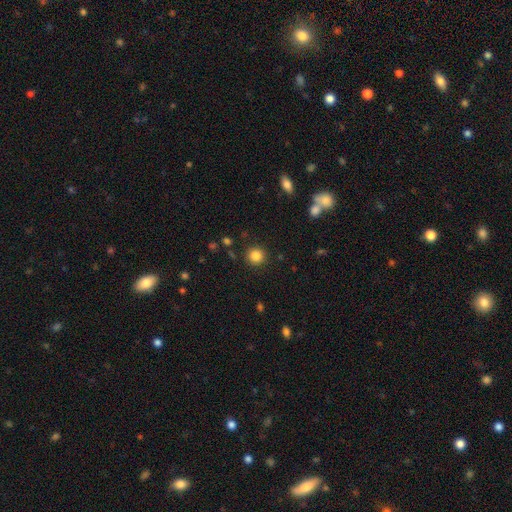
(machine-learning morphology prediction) smooth_or_featured: smooth (p=0.84) [alt: star or artifact p=0.11]
how_rounded: round (p=0.93) [alt: in between p=0.06]
merging: none (p=0.90) [alt: minor disturbance p=0.06]